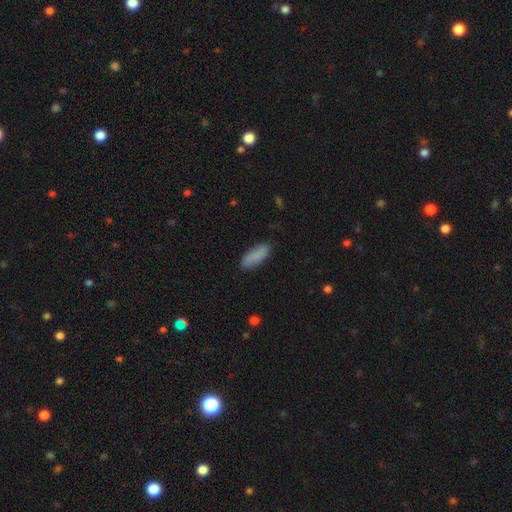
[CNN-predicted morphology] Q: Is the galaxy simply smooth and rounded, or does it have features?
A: smooth — 86%.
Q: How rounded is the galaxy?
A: in between — 65%.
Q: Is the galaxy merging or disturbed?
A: none — 85%.